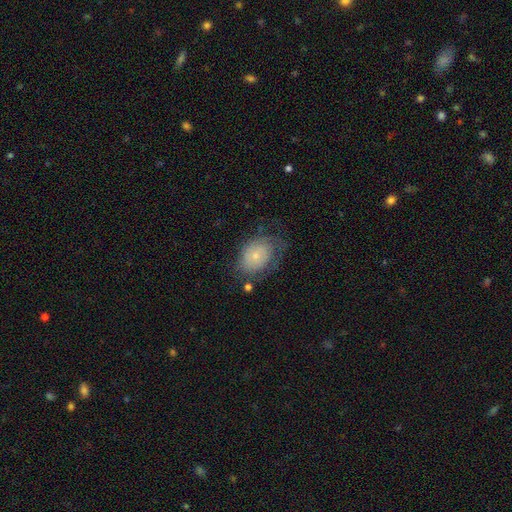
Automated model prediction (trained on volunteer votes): Smooth or featured?
  - smooth: 49% *
  - featured or disk: 43%
  - star or artifact: 8%
Merging?
  - none: 51% *
  - minor disturbance: 28%
  - major disturbance: 19%
  - merger: 3%